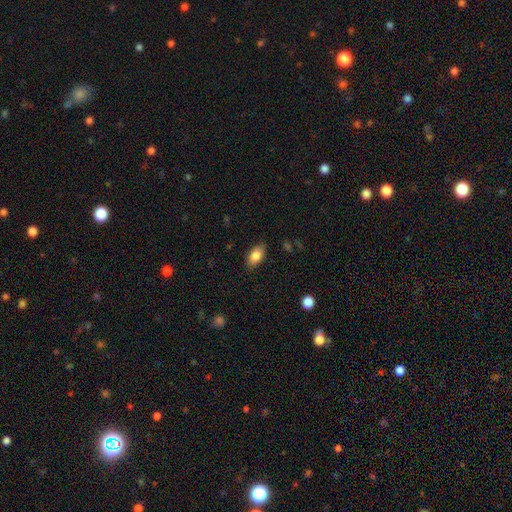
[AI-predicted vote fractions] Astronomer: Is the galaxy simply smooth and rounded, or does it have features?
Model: smooth — 84%.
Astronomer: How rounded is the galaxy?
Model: in between — 89%.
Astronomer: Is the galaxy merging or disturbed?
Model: none — 85%.